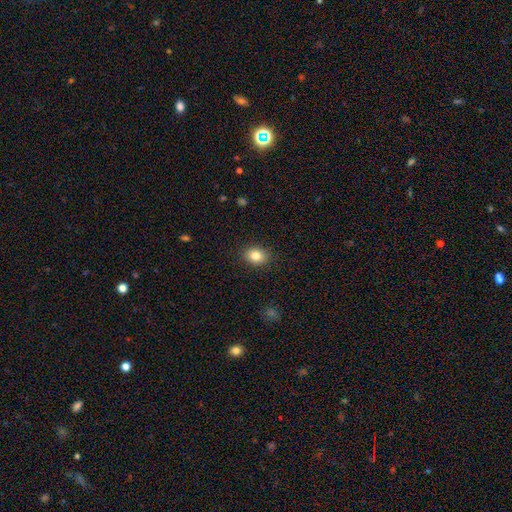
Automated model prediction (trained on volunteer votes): Smooth or featured? smooth (83%)
How rounded? in between (60%)
Merging? none (89%)